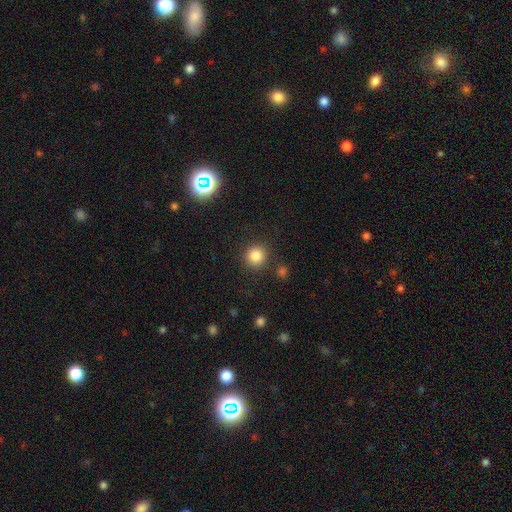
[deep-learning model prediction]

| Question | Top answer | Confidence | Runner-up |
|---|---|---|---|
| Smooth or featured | smooth | 83% | star or artifact (12%) |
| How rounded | round | 91% | in between (8%) |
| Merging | none | 86% | minor disturbance (7%) |